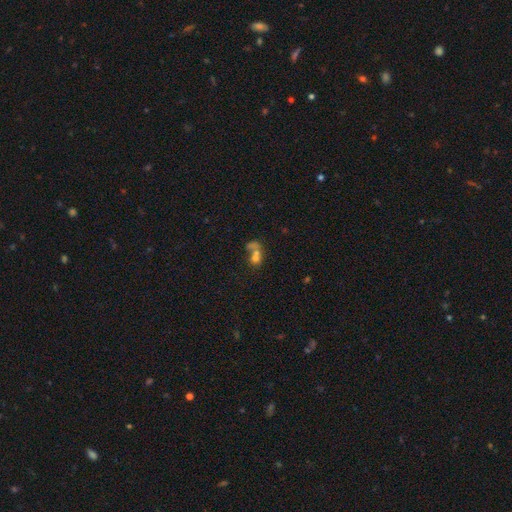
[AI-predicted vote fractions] Morphology: type=smooth (61%); roundness=round (54%); merging=merger (64%).